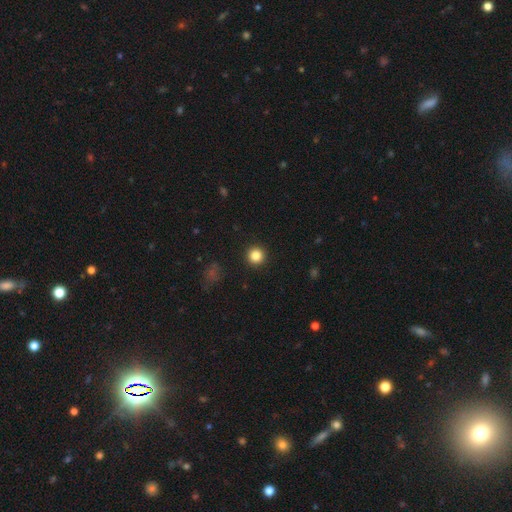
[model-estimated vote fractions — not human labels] Morphology: type=smooth (85%); roundness=round (95%); merging=none (93%).